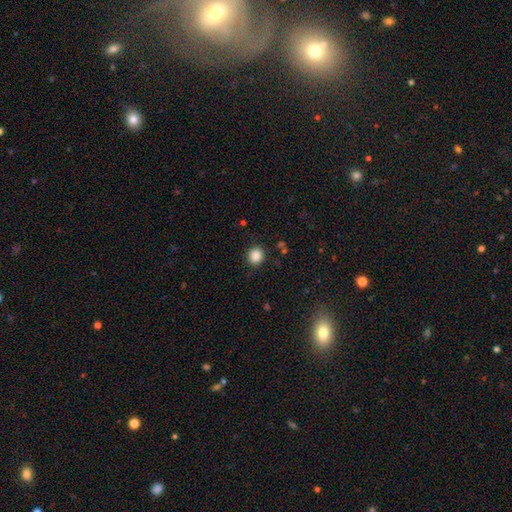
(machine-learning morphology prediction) Smooth or featured: smooth — 87% (star or artifact — 10%)
How rounded: round — 81% (in between — 18%)
Merging: none — 88% (minor disturbance — 8%)